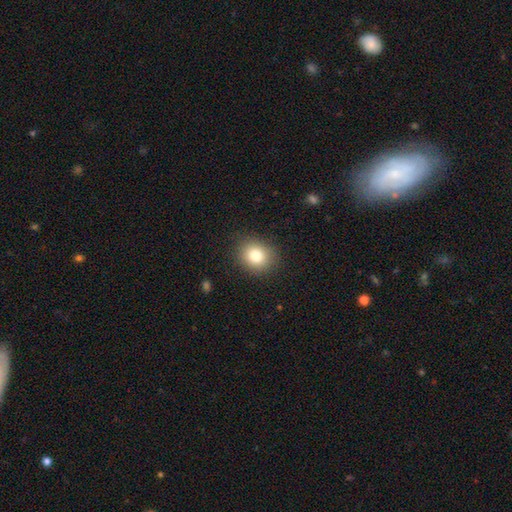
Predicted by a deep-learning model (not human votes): Q: Smooth or featured?
A: smooth (81%); runner-up: star or artifact (11%)
Q: How rounded?
A: round (74%); runner-up: in between (26%)
Q: Merging?
A: none (88%); runner-up: minor disturbance (8%)